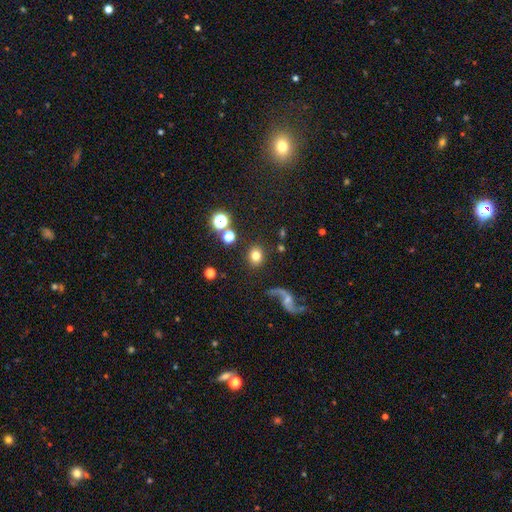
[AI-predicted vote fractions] A smooth galaxy with no disk features (75%) that is round (71%).

Vote fractions:
- Smooth or featured? smooth: 75% / featured or disk: 14% / star or artifact: 12%
- How rounded? round: 71% / in between: 27% / cigar-shaped: 2%
- Merging? none: 86% / minor disturbance: 7% / major disturbance: 4% / merger: 3%